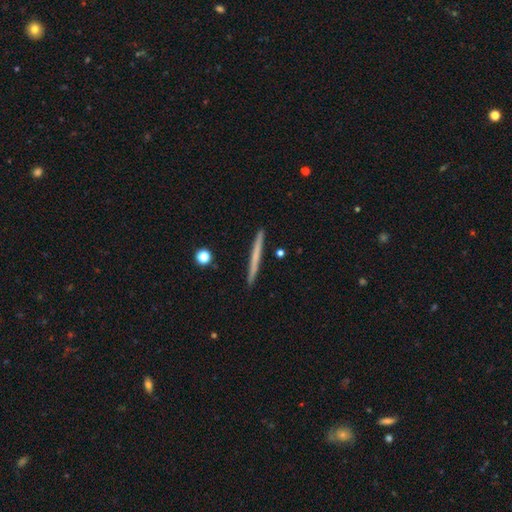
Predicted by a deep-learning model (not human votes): The model was most divided on "smooth or featured": smooth: 52%, featured or disk: 42%, star or artifact: 6%. More confident: how rounded — cigar-shaped (97%); merging — none (93%).